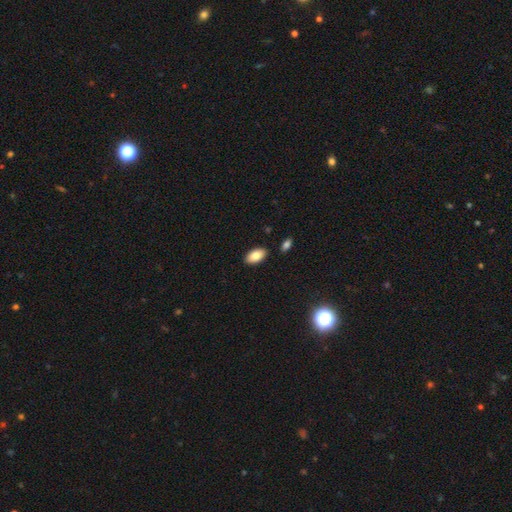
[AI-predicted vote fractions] smooth_or_featured: smooth (p=0.84) [alt: featured or disk p=0.09]
how_rounded: in between (p=0.94) [alt: round p=0.03]
merging: none (p=0.87) [alt: minor disturbance p=0.09]